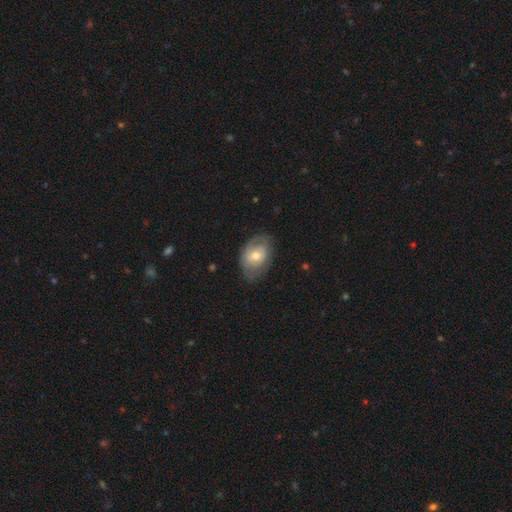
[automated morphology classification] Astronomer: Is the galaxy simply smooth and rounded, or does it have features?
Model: featured or disk — 48% (runner-up: smooth, 46%).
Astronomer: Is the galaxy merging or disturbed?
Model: none — 64%.